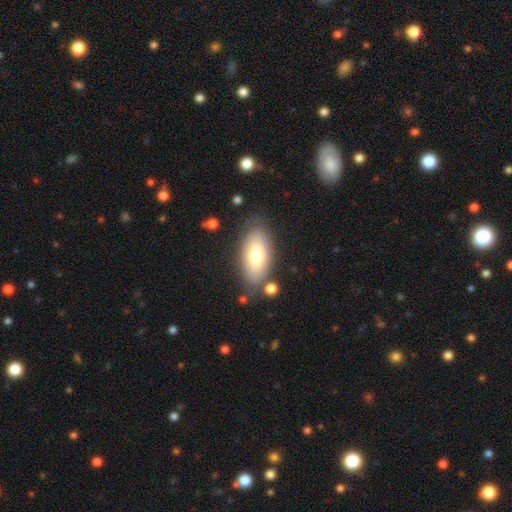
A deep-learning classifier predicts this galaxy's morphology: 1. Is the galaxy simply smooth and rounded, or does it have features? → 71% smooth, 22% featured or disk, 7% star or artifact.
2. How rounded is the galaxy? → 88% in between, 10% cigar-shaped, 2% round.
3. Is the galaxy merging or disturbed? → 78% none, 14% minor disturbance, 4% merger, 4% major disturbance.